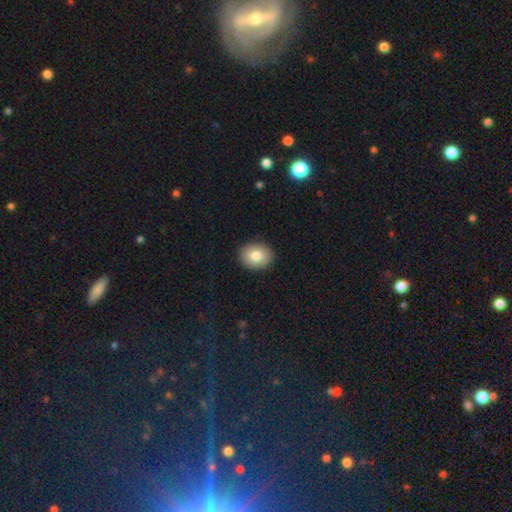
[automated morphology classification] smooth-or-featured: smooth: 81% | featured or disk: 10% | star or artifact: 8%
  how-rounded: round: 57% | in between: 42% | cigar-shaped: 1%
  merging: none: 91% | minor disturbance: 7% | major disturbance: 2% | merger: 1%